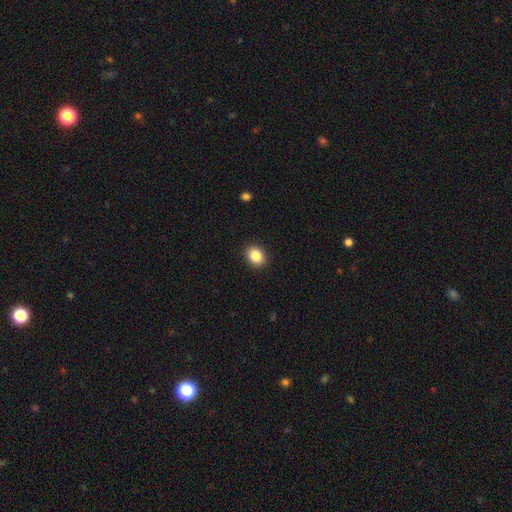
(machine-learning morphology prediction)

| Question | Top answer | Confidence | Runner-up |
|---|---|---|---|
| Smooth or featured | smooth | 86% | star or artifact (9%) |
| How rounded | round | 52% | in between (47%) |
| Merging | none | 91% | minor disturbance (6%) |